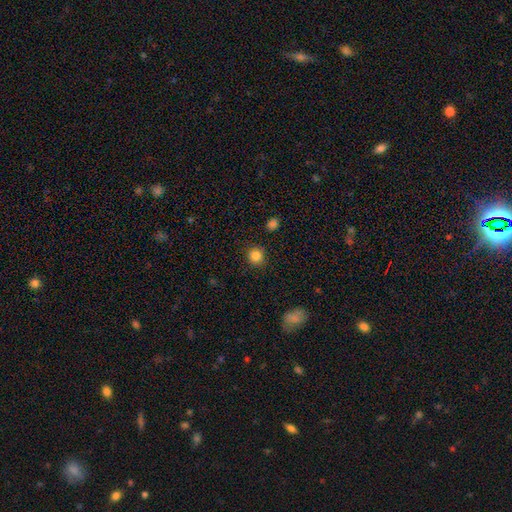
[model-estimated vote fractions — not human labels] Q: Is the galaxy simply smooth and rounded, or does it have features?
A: smooth — 84%.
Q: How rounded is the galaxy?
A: round — 91%.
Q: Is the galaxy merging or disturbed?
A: none — 90%.